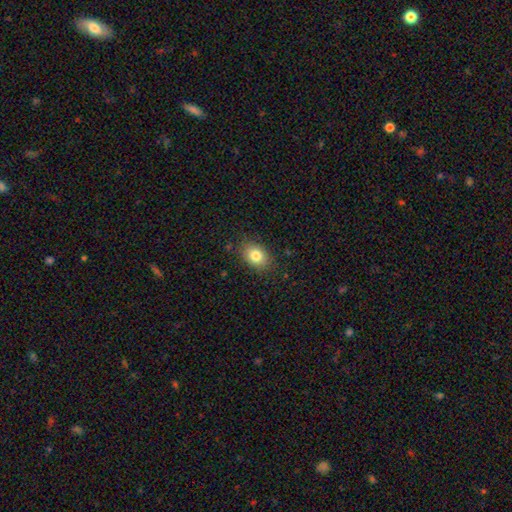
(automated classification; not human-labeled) Smooth or featured?
  - smooth: 81% *
  - featured or disk: 9%
  - star or artifact: 9%
How rounded?
  - in between: 72% *
  - round: 27%
  - cigar-shaped: 1%
Merging?
  - none: 84% *
  - minor disturbance: 12%
  - major disturbance: 3%
  - merger: 1%